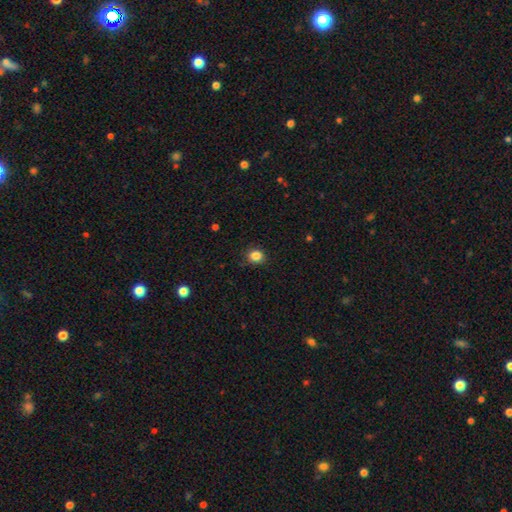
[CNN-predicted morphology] Smooth or featured: smooth — 85% (star or artifact — 11%)
How rounded: round — 75% (in between — 24%)
Merging: none — 84% (minor disturbance — 12%)